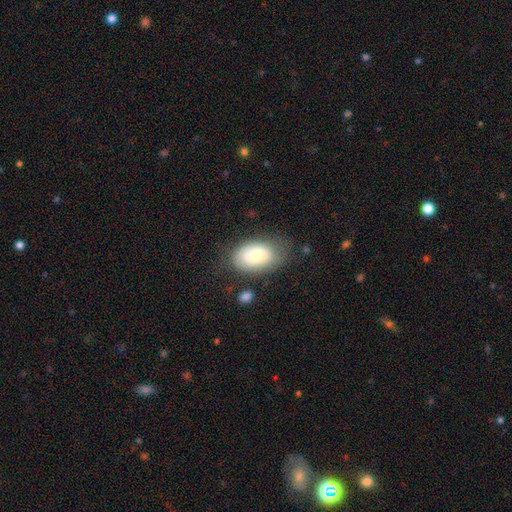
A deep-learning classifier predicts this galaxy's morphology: Overall: smooth (66%; featured or disk 27%). How rounded: in between (89%). Merging: none (65%).